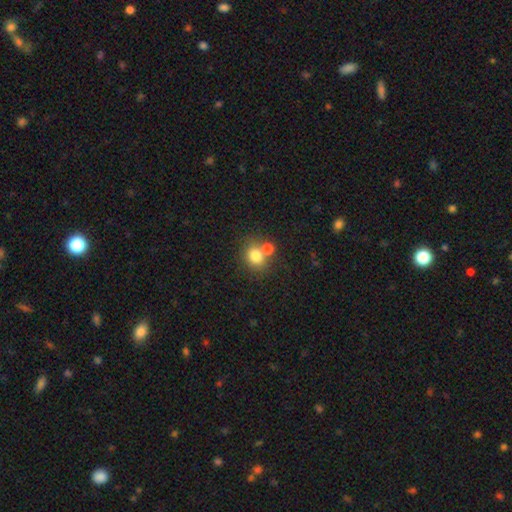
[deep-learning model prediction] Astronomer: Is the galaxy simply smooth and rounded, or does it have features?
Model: smooth — 77%.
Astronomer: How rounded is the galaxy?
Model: round — 71%.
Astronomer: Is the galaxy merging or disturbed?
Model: none — 55% (runner-up: merger, 33%).